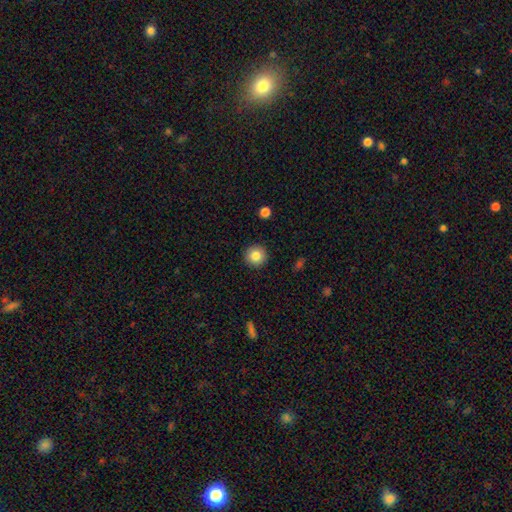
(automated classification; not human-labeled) The model was most divided on "smooth or featured": smooth: 84%, star or artifact: 9%, featured or disk: 6%. More confident: how rounded — round (95%); merging — none (92%).